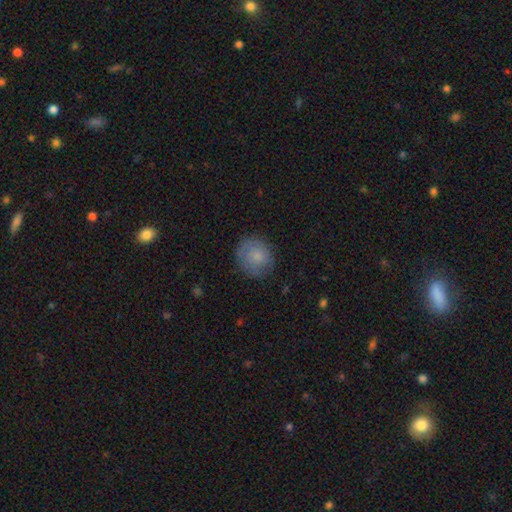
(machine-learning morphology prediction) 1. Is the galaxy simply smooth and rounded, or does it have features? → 77% smooth, 15% featured or disk, 7% star or artifact.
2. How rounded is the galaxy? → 80% round, 19% in between, 1% cigar-shaped.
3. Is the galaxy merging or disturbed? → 79% none, 16% minor disturbance, 4% major disturbance, 1% merger.